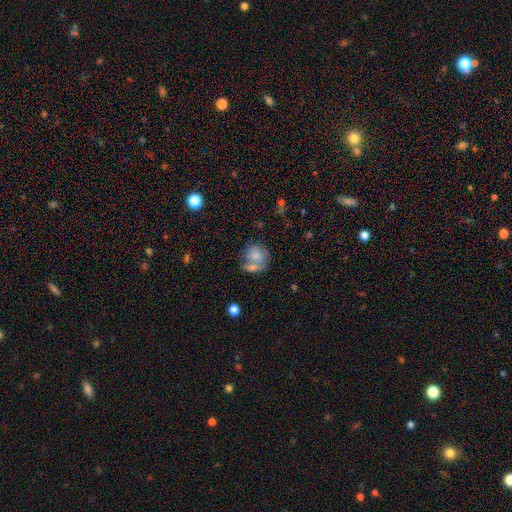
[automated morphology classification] This is likely a smooth galaxy (73%). How rounded: likely round (65%). Merging: marginally merger (44%).